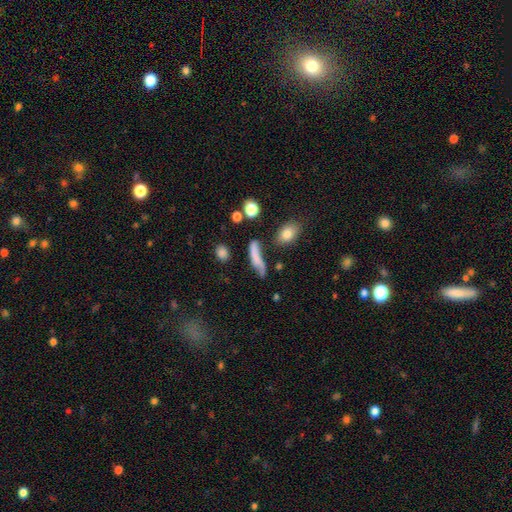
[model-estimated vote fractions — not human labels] Overall: smooth (60%; featured or disk 29%). How rounded: cigar-shaped (65%; in between 29%). Merging: none (46%; minor disturbance 27%).